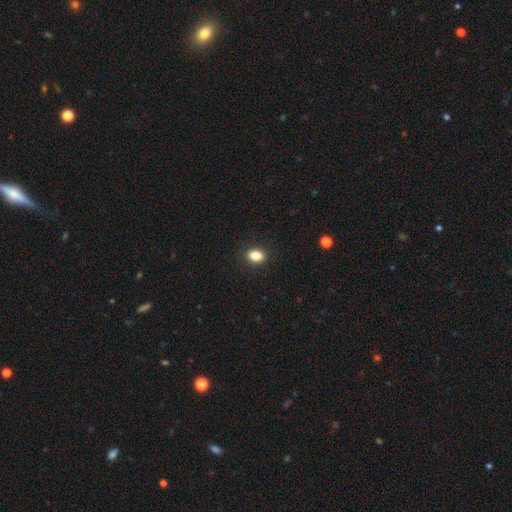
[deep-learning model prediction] smooth 85%, star or artifact 10%, featured or disk 5%. Down the decision tree: how rounded — in between (69%); merging — none (89%).